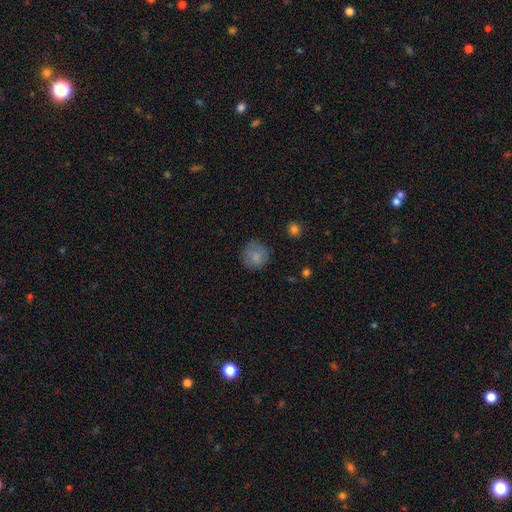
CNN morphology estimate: A smooth galaxy with no disk features (83%) that is round (91%). Merging: none (80%).